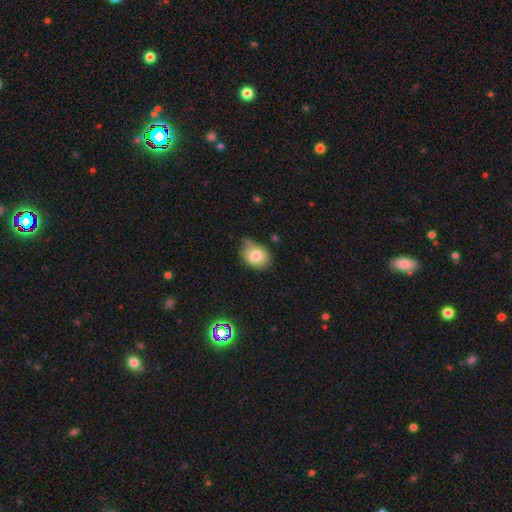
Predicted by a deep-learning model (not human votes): Smooth or featured? Predicted: smooth (p=0.78). How rounded? Predicted: round (p=0.50). Merging? Predicted: none (p=0.50).